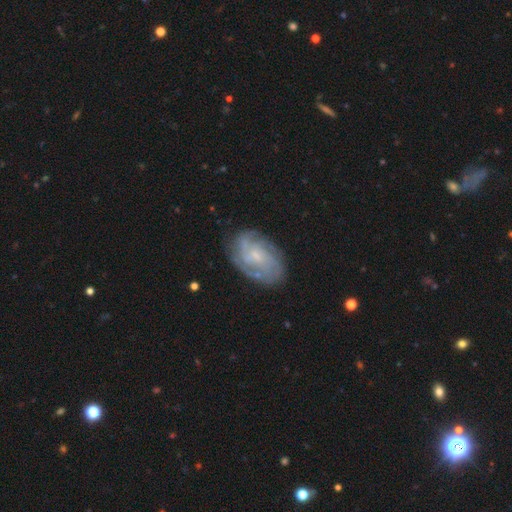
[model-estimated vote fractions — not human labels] Smooth or featured? featured or disk (81%)
Edge-on disk? no (97%)
Bar? no (67%)
Spiral arms? yes (94%)
Spiral winding? tight (60%)
Spiral arm count? can't tell (34%)
Bulge size? small (66%)
Merging? none (76%)